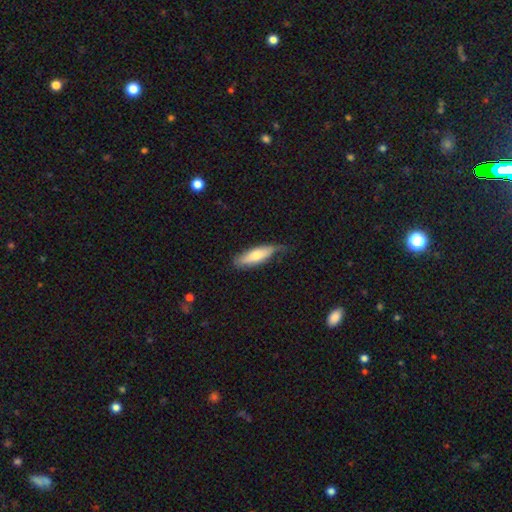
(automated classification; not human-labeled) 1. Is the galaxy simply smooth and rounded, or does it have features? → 69% smooth, 26% featured or disk, 5% star or artifact.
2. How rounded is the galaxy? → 50% in between, 48% cigar-shaped, 2% round.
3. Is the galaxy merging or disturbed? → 60% none, 31% minor disturbance, 7% major disturbance, 2% merger.